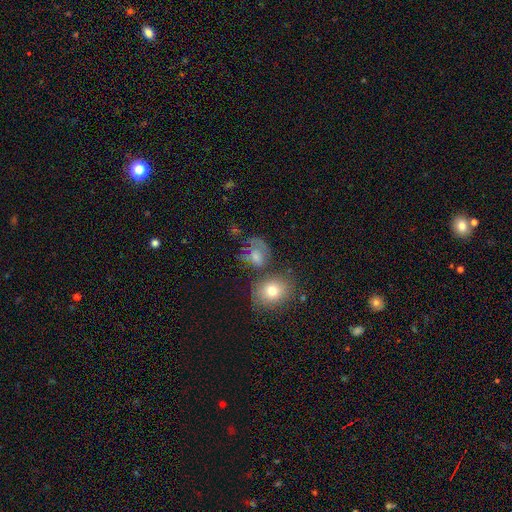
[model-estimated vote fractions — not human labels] Smooth or featured? smooth (53%)
How rounded? in between (51%)
Merging? none (39%)